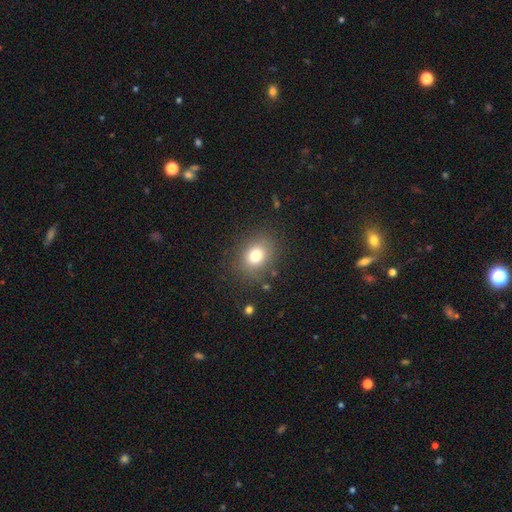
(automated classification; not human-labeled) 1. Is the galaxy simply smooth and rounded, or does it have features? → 78% smooth, 12% star or artifact, 10% featured or disk.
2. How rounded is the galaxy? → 52% round, 48% in between, 1% cigar-shaped.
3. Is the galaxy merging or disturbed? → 83% none, 10% minor disturbance, 5% major disturbance, 2% merger.